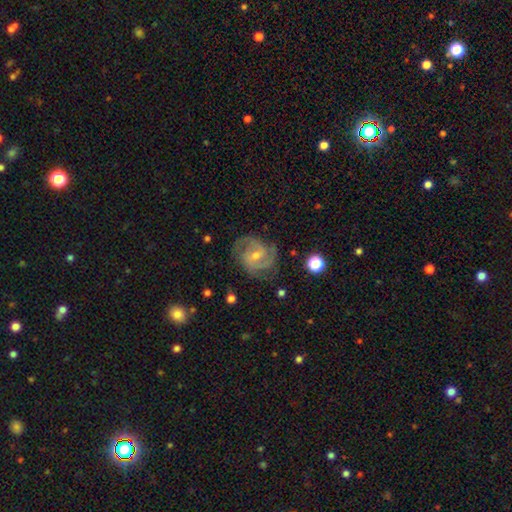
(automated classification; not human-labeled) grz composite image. It shows a featured or disk galaxy (88%) with a weak bar (46%), 2 (39%) medium (46%) spiral arms (97%) and a small central bulge (57%). Merging: none (77%).